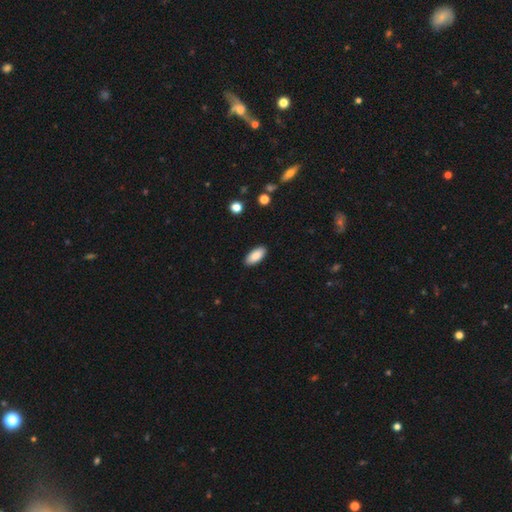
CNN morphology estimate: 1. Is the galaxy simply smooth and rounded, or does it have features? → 87% smooth, 6% featured or disk, 6% star or artifact.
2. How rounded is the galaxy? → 89% in between, 10% cigar-shaped, 2% round.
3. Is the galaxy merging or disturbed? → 90% none, 8% minor disturbance, 2% major disturbance, 1% merger.